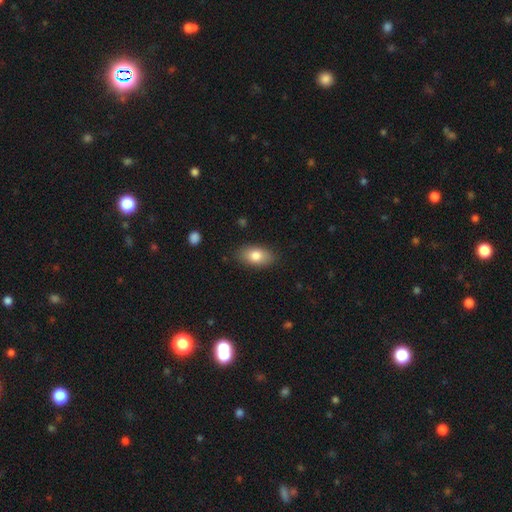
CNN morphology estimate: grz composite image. It shows a smooth galaxy with no disk features (80%) that is in between round and cigar-shaped (91%). Merging: none (85%).